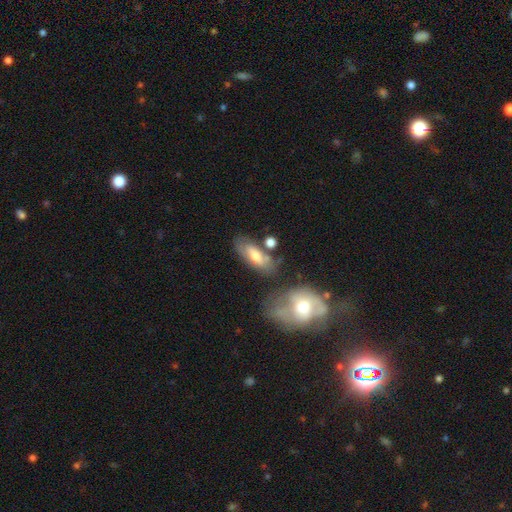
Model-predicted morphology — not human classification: A smooth galaxy with no disk features (56%) that is in between round and cigar-shaped (78%).

Vote fractions:
- Smooth or featured? smooth: 56% / featured or disk: 35% / star or artifact: 8%
- How rounded? in between: 78% / cigar-shaped: 19% / round: 3%
- Merging? none: 57% / minor disturbance: 20% / merger: 15% / major disturbance: 9%